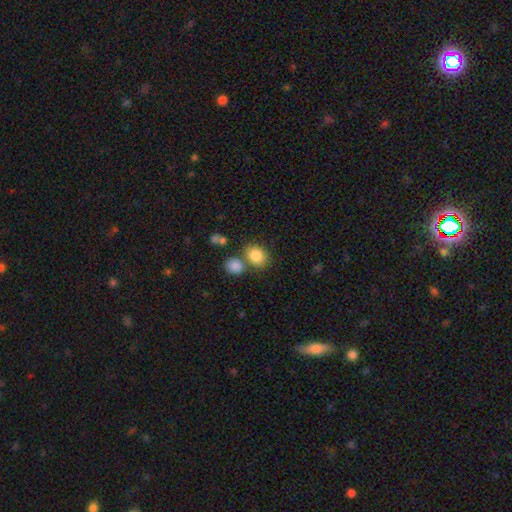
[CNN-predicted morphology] Smooth or featured? smooth (83%)
How rounded? round (57%)
Merging? none (62%)